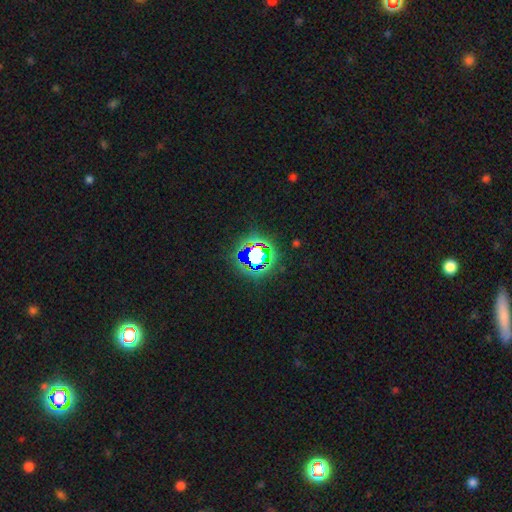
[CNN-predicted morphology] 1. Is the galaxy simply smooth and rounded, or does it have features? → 62% star or artifact, 22% smooth, 16% featured or disk.